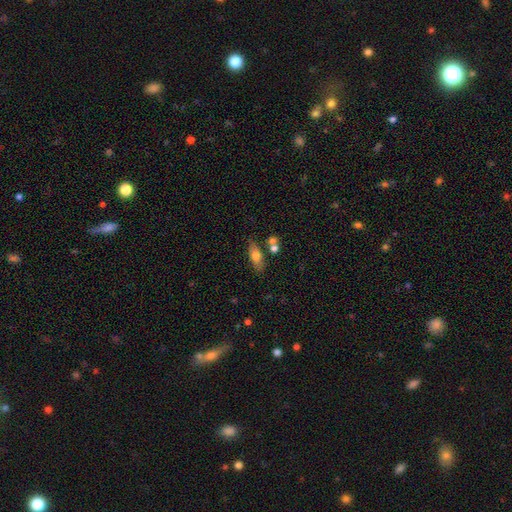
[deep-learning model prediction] smooth-or-featured: smooth: 70% | featured or disk: 22% | star or artifact: 8%
  how-rounded: in between: 73% | cigar-shaped: 23% | round: 5%
  merging: none: 72% | minor disturbance: 13% | merger: 11% | major disturbance: 4%